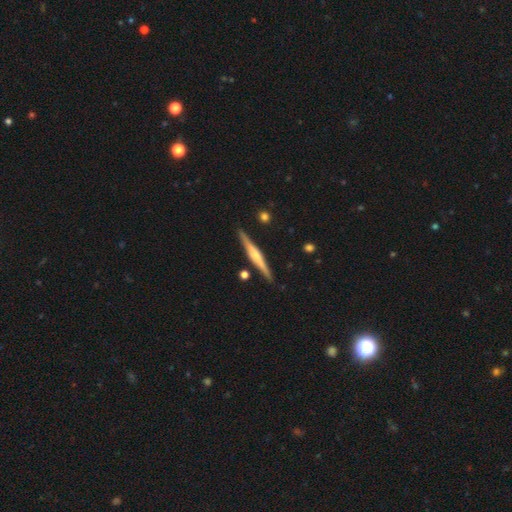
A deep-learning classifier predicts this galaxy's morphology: This is likely a featured or disk galaxy (72%). It is clearly viewed edge-on (98%). Edge-on bulge: likely rounded (76%). Merging: clearly none (89%).